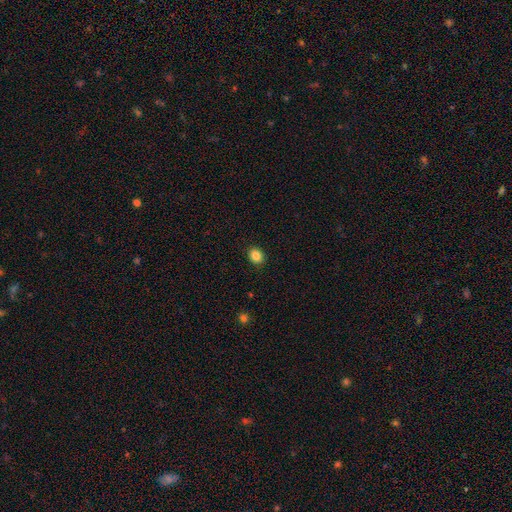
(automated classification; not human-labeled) A smooth galaxy with no disk features (85%) that is round (59%). Merging: none (91%).